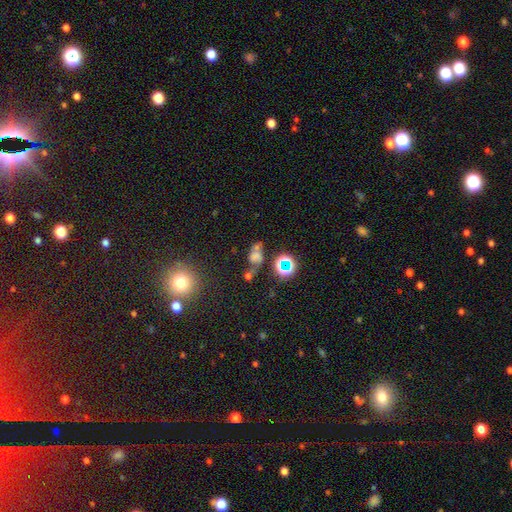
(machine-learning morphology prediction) A smooth galaxy with no disk features (46%).

Vote fractions:
- Smooth or featured? smooth: 46% / star or artifact: 31% / featured or disk: 24%
- Merging? none: 39% / merger: 27% / minor disturbance: 19% / major disturbance: 15%